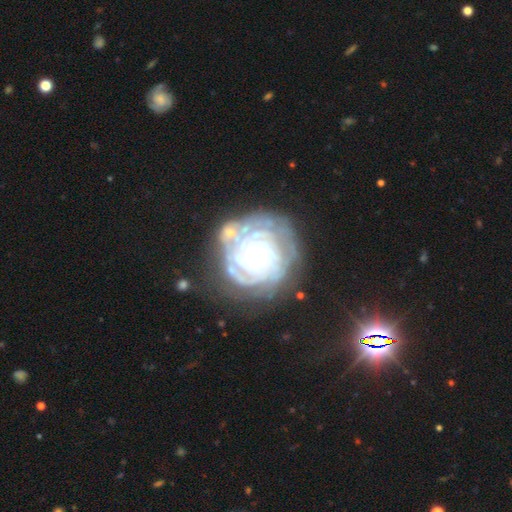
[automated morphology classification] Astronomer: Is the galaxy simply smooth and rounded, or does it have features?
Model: featured or disk — 86%.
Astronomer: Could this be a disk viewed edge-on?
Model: no — 97%.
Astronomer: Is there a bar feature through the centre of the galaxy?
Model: no — 78%.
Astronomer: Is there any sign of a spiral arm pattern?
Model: yes — 92%.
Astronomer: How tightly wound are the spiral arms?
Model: tight — 84%.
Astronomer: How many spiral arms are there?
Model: can't tell — 38% (runner-up: 3, 17%).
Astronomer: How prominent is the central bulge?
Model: moderate — 58% (runner-up: small, 34%).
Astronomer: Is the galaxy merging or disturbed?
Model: none — 63%.